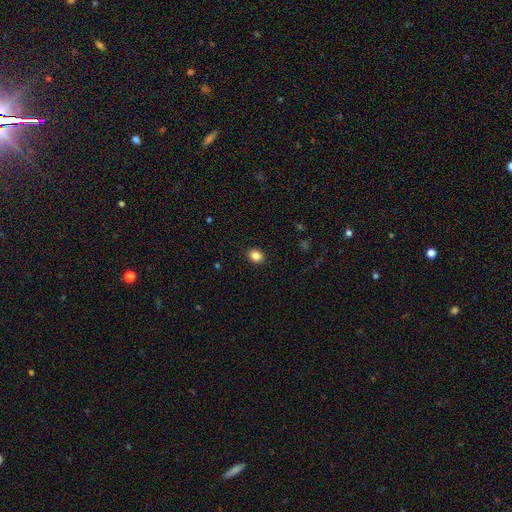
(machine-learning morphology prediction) Q: Smooth or featured?
A: smooth (86%); runner-up: star or artifact (10%)
Q: How rounded?
A: round (50%); runner-up: in between (49%)
Q: Merging?
A: none (91%); runner-up: minor disturbance (6%)